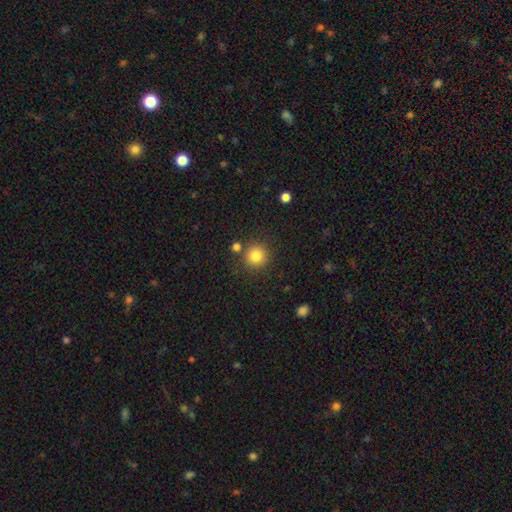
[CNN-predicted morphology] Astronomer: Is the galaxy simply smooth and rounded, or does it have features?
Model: smooth — 84%.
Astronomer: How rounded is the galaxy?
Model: round — 94%.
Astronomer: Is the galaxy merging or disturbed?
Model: none — 83%.